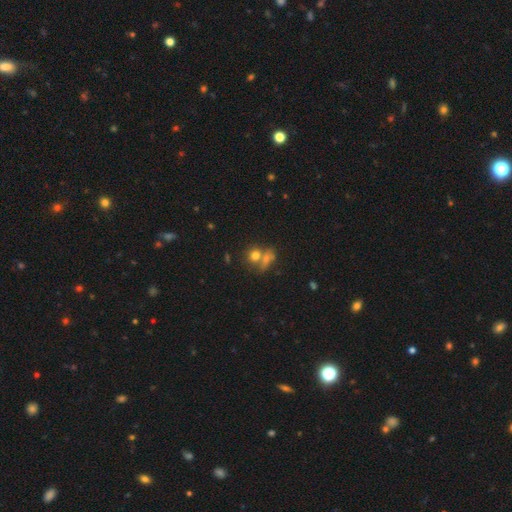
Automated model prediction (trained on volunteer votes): A smooth galaxy with no disk features (73%) that is round (72%).

Vote fractions:
- Smooth or featured? smooth: 73% / star or artifact: 14% / featured or disk: 13%
- How rounded? round: 72% / in between: 25% / cigar-shaped: 3%
- Merging? none: 43% / merger: 42% / minor disturbance: 9% / major disturbance: 6%